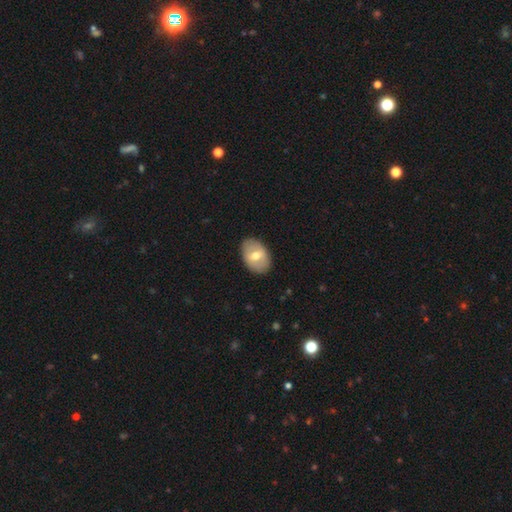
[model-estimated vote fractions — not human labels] Morphology: type=smooth (57%); roundness=in between (84%); merging=none (87%).